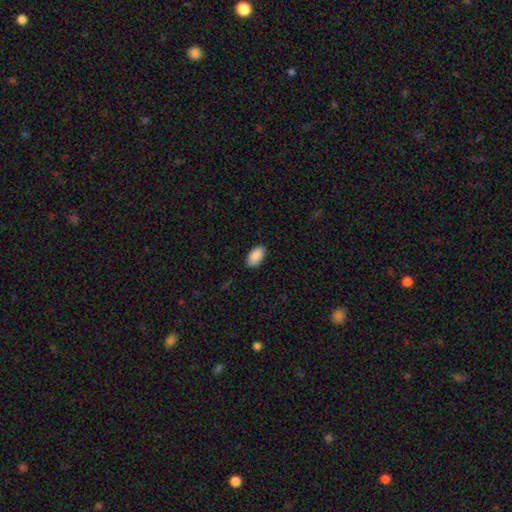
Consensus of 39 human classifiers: This appears to be a smooth galaxy with no disk features (90%) that is in between round and cigar-shaped (100%). Merging: none (81%).